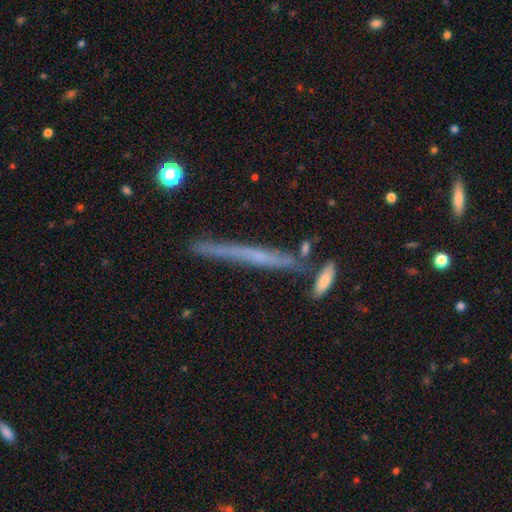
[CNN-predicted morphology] type=featured or disk (59%); edge-on=yes (96%); edge-on bulge=none (71%); merging=none (78%).